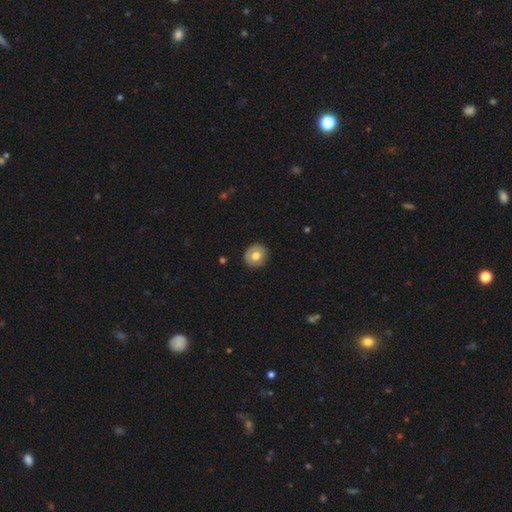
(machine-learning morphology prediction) smooth_or_featured: smooth (p=0.68) [alt: featured or disk p=0.25]
how_rounded: round (p=0.91) [alt: in between p=0.09]
merging: none (p=0.88) [alt: minor disturbance p=0.09]